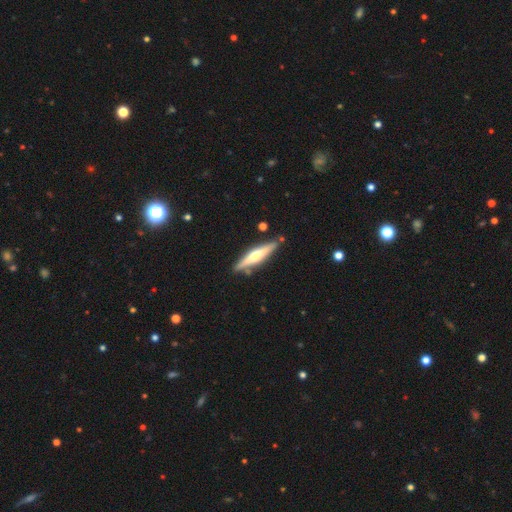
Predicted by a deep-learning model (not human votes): This appears to be a featured or disk galaxy (60%) viewed edge-on (96%) with a rounded central bulge (87%). Merging: none (84%).